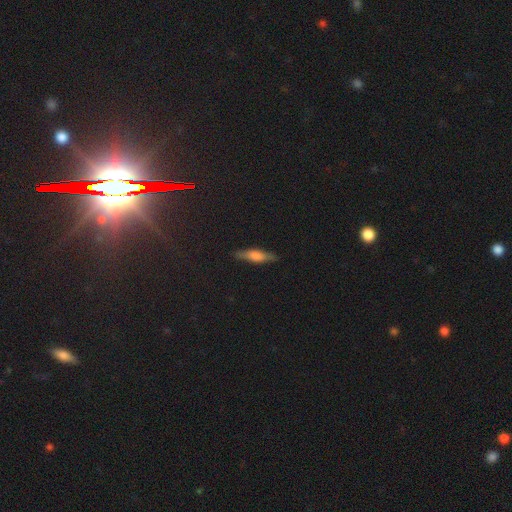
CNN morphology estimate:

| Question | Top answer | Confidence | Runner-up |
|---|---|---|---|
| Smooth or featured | featured or disk | 45% | tied: smooth (45%) |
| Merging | none | 86% | minor disturbance (11%) |